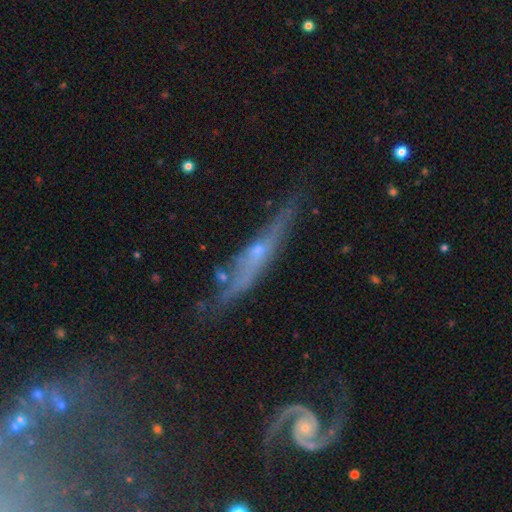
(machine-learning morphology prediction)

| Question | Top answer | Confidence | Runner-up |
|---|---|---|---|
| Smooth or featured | featured or disk | 75% | smooth (16%) |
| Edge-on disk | yes | 73% | no (27%) |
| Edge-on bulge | rounded | 63% | none (31%) |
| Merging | none | 66% | minor disturbance (22%) |